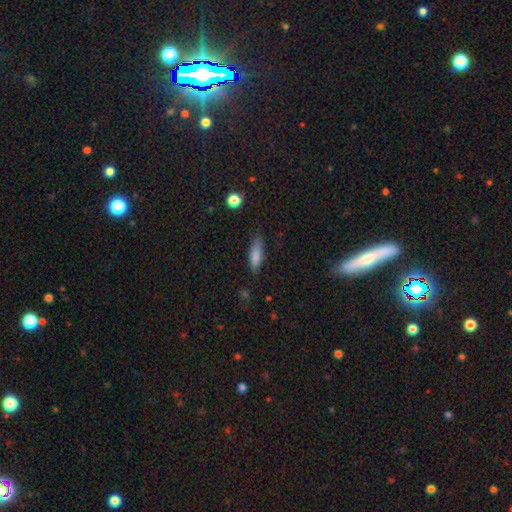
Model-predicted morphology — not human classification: A smooth galaxy with no disk features (83%) that is cigar-shaped (53%).

Vote fractions:
- Smooth or featured? smooth: 83% / featured or disk: 9% / star or artifact: 8%
- How rounded? cigar-shaped: 53% / in between: 45% / round: 2%
- Merging? none: 77% / minor disturbance: 18% / major disturbance: 4% / merger: 2%